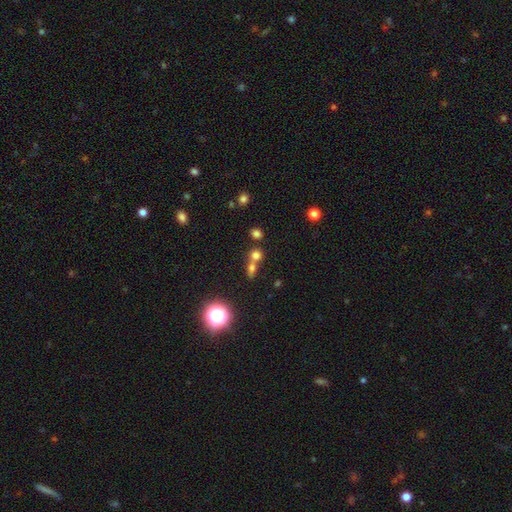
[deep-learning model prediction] smooth 68%, star or artifact 21%, featured or disk 11%. Down the decision tree: how rounded — round (76%); merging — merger (50%).